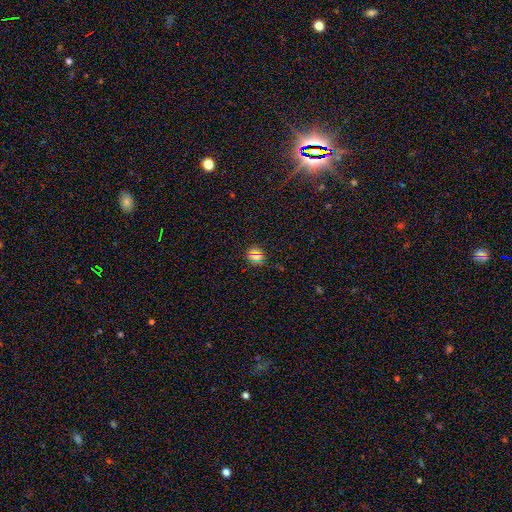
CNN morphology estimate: smooth-or-featured: smooth: 66% | star or artifact: 25% | featured or disk: 9%
  how-rounded: round: 79% | in between: 19% | cigar-shaped: 2%
  merging: none: 86% | minor disturbance: 9% | major disturbance: 3% | merger: 2%